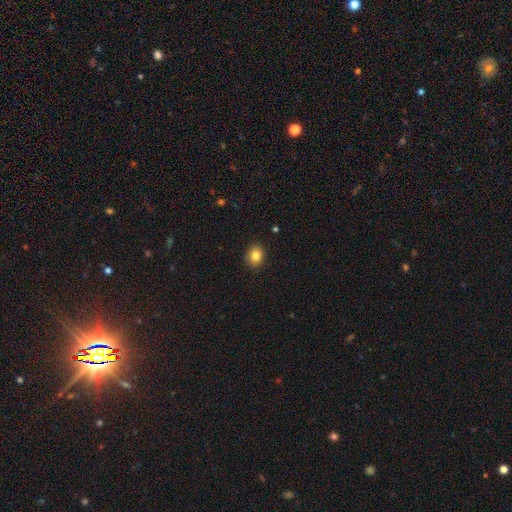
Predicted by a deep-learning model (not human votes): The model was most divided on "how rounded": round: 61%, in between: 38%, cigar-shaped: 1%. More confident: merging — none (90%); smooth or featured — smooth (84%).